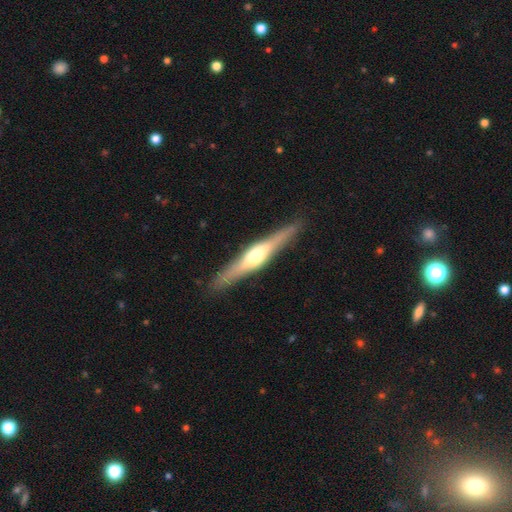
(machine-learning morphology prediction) This appears to be a featured or disk galaxy (68%) viewed edge-on (96%) with a rounded central bulge (87%). Merging: none (88%).